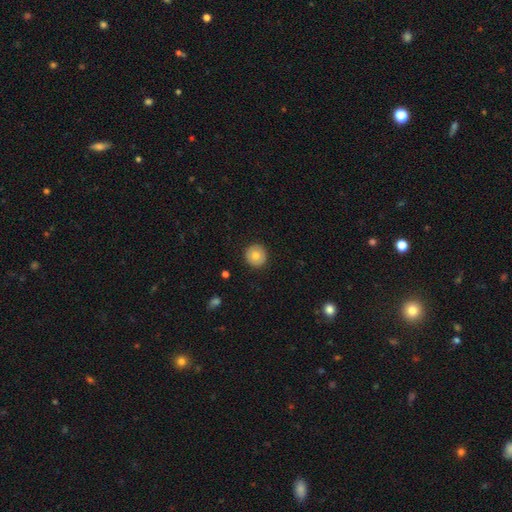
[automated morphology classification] Smooth or featured? Predicted: smooth (p=0.76). How rounded? Predicted: round (p=0.95). Merging? Predicted: none (p=0.91).